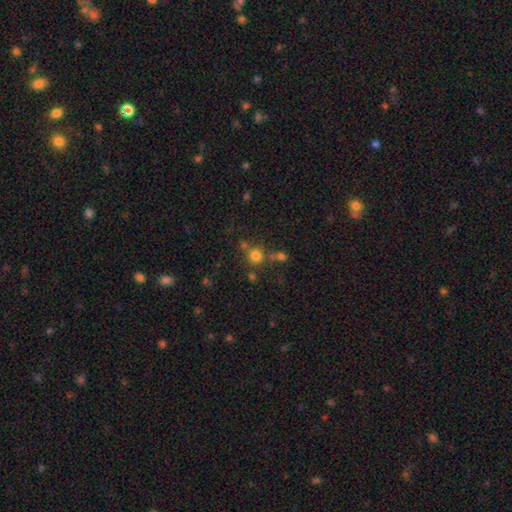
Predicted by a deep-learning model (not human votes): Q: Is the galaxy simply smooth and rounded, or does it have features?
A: smooth — 75%.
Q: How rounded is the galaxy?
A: round — 90%.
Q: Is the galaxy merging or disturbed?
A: none — 69%.